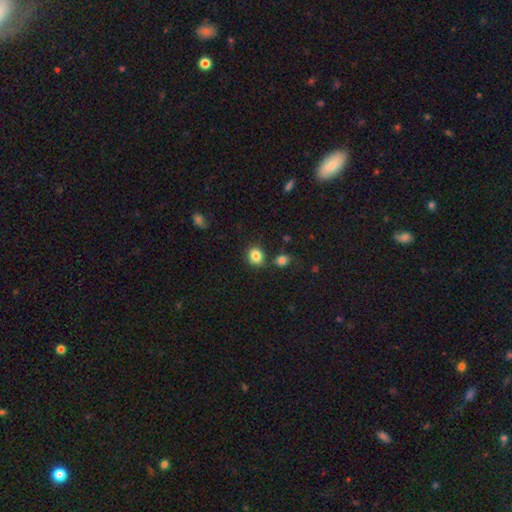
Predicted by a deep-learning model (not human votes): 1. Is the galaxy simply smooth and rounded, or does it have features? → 84% smooth, 10% star or artifact, 5% featured or disk.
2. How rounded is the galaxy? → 68% round, 31% in between, 1% cigar-shaped.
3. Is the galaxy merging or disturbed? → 77% none, 11% minor disturbance, 9% merger, 3% major disturbance.